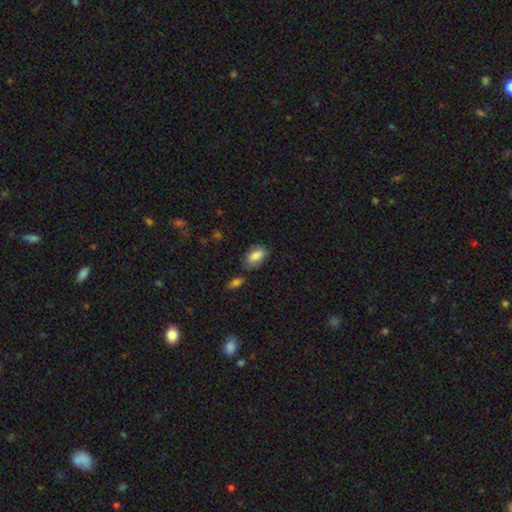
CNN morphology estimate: smooth-or-featured: smooth: 84% | featured or disk: 9% | star or artifact: 7%
  how-rounded: in between: 92% | round: 5% | cigar-shaped: 3%
  merging: none: 66% | minor disturbance: 23% | merger: 6% | major disturbance: 5%